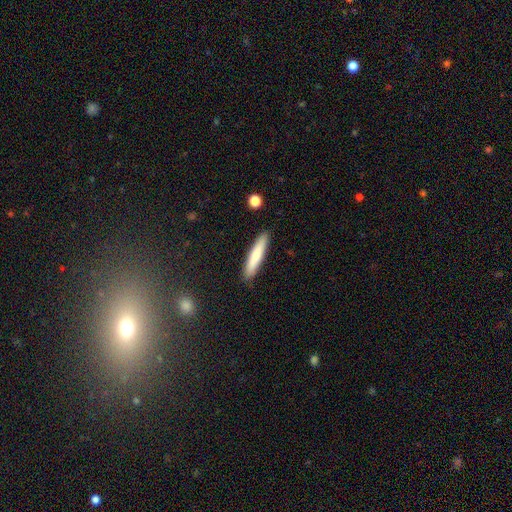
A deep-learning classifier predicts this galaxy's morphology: Smooth or featured?
  - smooth: 71% *
  - featured or disk: 24%
  - star or artifact: 5%
How rounded?
  - cigar-shaped: 89% *
  - in between: 10%
  - round: 1%
Merging?
  - none: 90% *
  - minor disturbance: 7%
  - major disturbance: 1%
  - merger: 1%